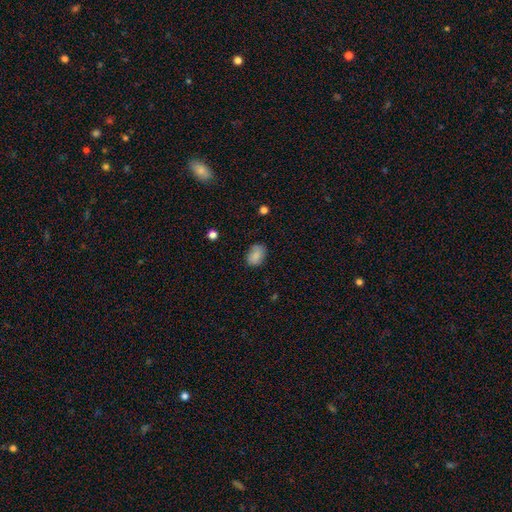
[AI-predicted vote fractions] smooth-or-featured: smooth: 85% | star or artifact: 8% | featured or disk: 7%
  how-rounded: in between: 80% | round: 19% | cigar-shaped: 1%
  merging: none: 76% | minor disturbance: 18% | major disturbance: 4% | merger: 1%